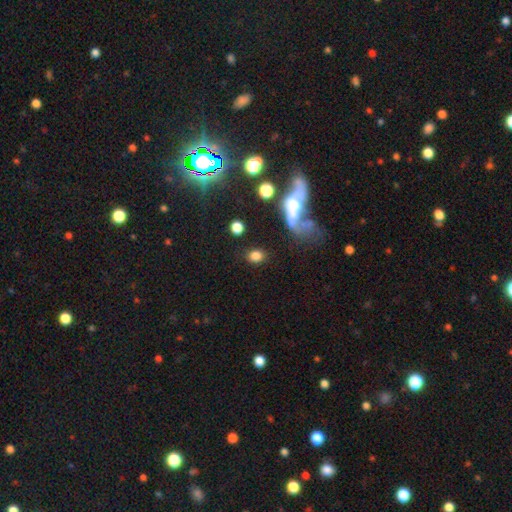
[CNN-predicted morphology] A smooth galaxy with no disk features (79%) that is in between round and cigar-shaped (51%).

Vote fractions:
- Smooth or featured? smooth: 79% / star or artifact: 12% / featured or disk: 9%
- How rounded? in between: 51% / round: 46% / cigar-shaped: 3%
- Merging? none: 77% / minor disturbance: 11% / merger: 6% / major disturbance: 6%